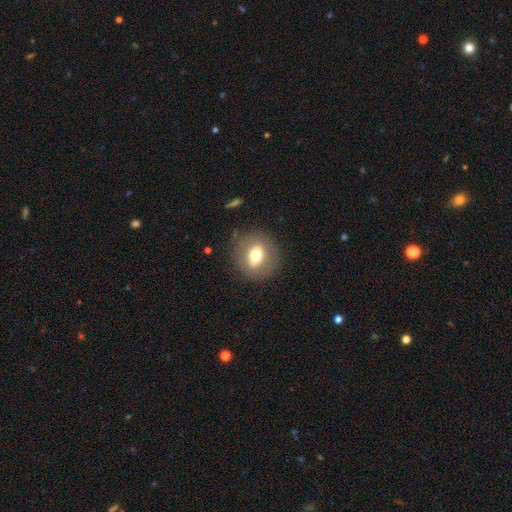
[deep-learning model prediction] Smooth or featured: smooth — 64% (featured or disk — 27%)
How rounded: round — 69% (in between — 29%)
Merging: none — 84% (minor disturbance — 10%)